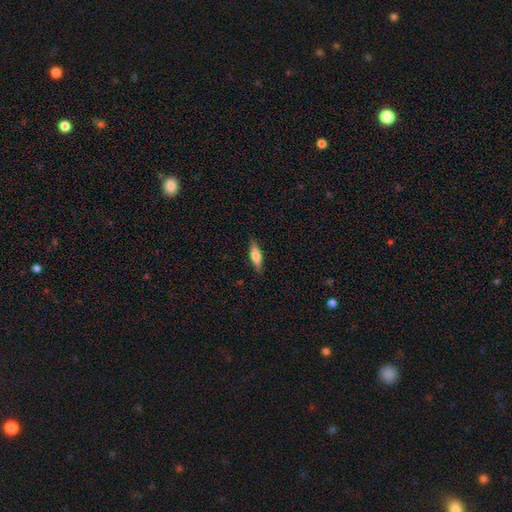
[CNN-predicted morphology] This is likely a smooth galaxy (70%). How rounded: possibly in between (49%, tied with cigar-shaped). Merging: clearly none (86%).